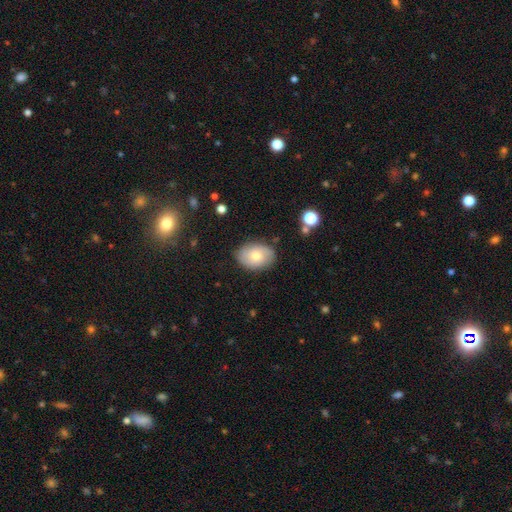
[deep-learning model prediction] The model was most divided on "smooth or featured": smooth: 62%, featured or disk: 30%, star or artifact: 8%. More confident: merging — none (81%); how rounded — in between (76%).